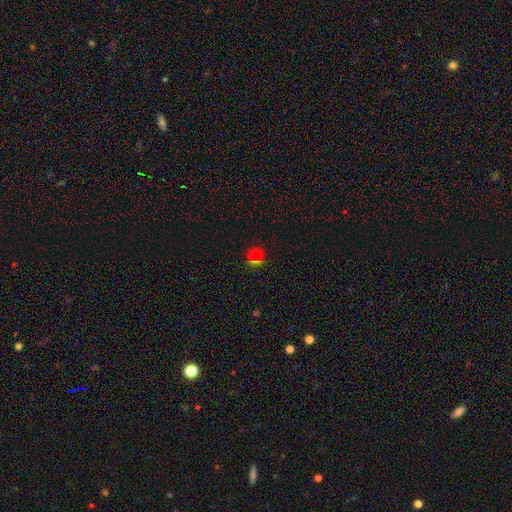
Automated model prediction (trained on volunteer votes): smooth-or-featured: smooth: 62% | star or artifact: 31% | featured or disk: 7%
  how-rounded: round: 92% | in between: 7% | cigar-shaped: 1%
  merging: none: 81% | minor disturbance: 9% | merger: 7% | major disturbance: 4%